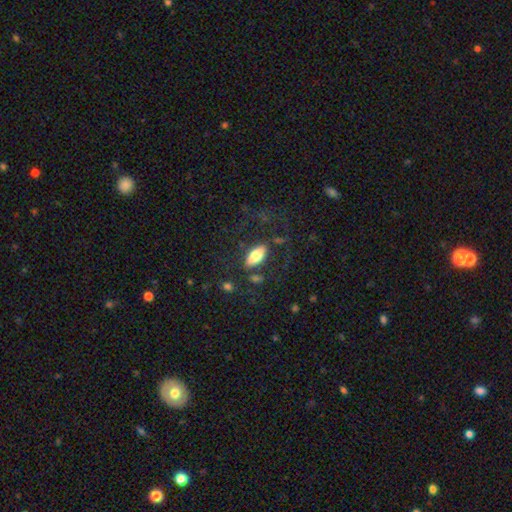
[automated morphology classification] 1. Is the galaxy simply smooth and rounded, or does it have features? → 75% smooth, 18% featured or disk, 7% star or artifact.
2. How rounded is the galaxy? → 85% in between, 12% cigar-shaped, 3% round.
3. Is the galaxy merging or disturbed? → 77% none, 13% minor disturbance, 6% major disturbance, 4% merger.